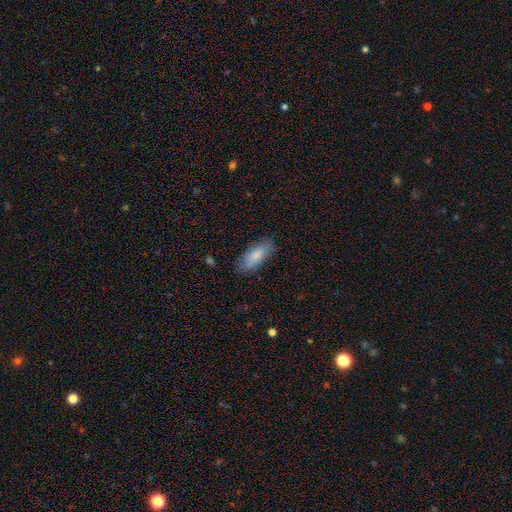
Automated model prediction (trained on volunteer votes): Smooth or featured?
  - smooth: 83% *
  - featured or disk: 12%
  - star or artifact: 6%
How rounded?
  - in between: 75% *
  - cigar-shaped: 24%
  - round: 2%
Merging?
  - none: 82% *
  - minor disturbance: 13%
  - major disturbance: 3%
  - merger: 1%